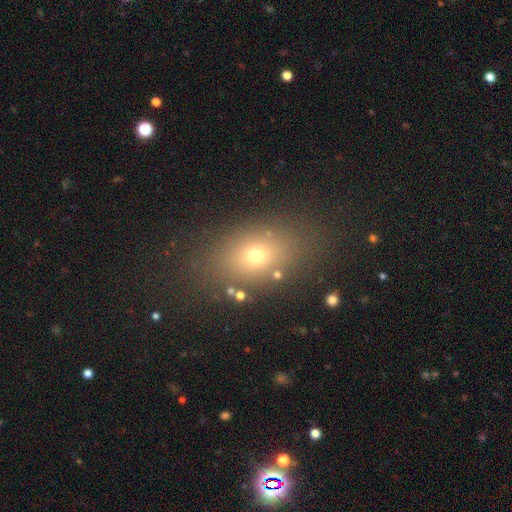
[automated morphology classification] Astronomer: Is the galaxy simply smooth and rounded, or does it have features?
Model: smooth — 67%.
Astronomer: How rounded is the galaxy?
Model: in between — 73%.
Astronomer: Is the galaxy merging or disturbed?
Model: none — 82%.